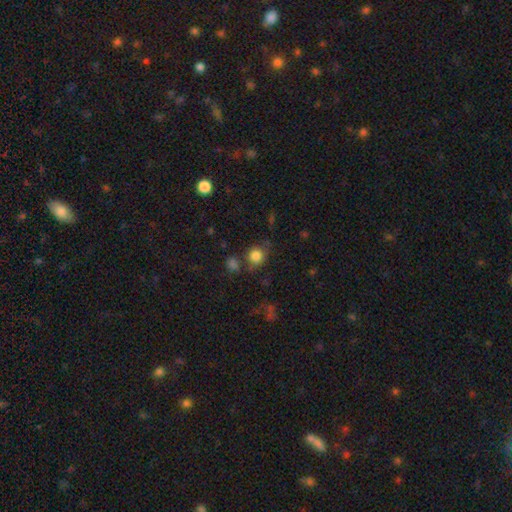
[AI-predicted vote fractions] This appears to be a smooth galaxy with no disk features (81%) that is round (83%). Merging: none (64%).